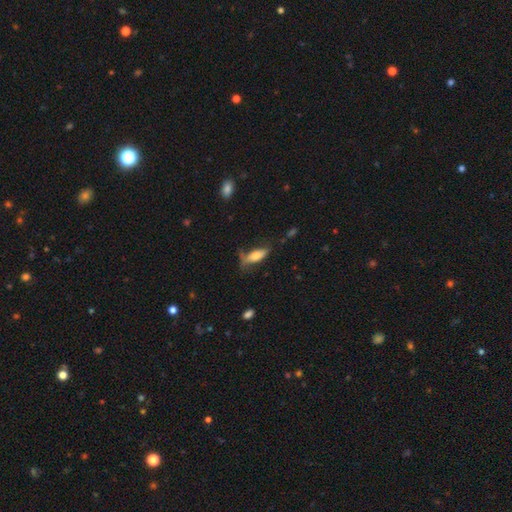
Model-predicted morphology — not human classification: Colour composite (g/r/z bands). It shows a smooth galaxy with no disk features (65%) that is in between round and cigar-shaped (66%). Merging: none (46%).